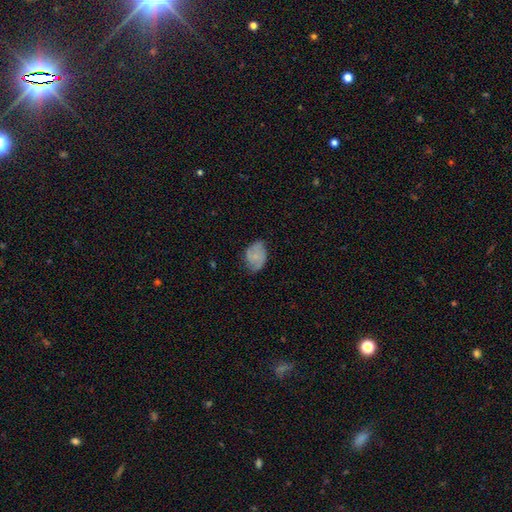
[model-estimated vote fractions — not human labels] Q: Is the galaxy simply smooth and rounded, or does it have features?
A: smooth — 50%.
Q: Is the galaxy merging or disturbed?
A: none — 61%.